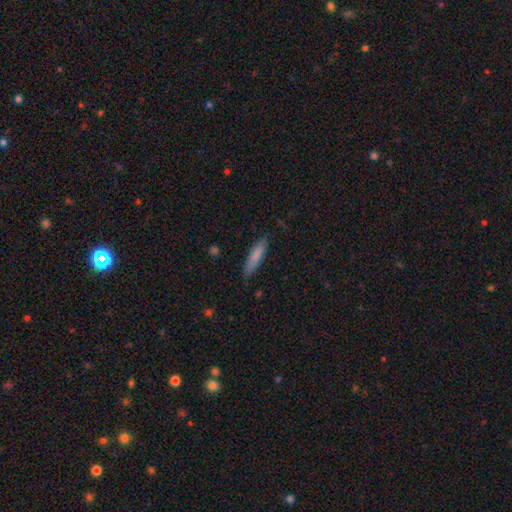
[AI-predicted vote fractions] Morphology: type=smooth (79%); roundness=cigar-shaped (80%); merging=none (83%).